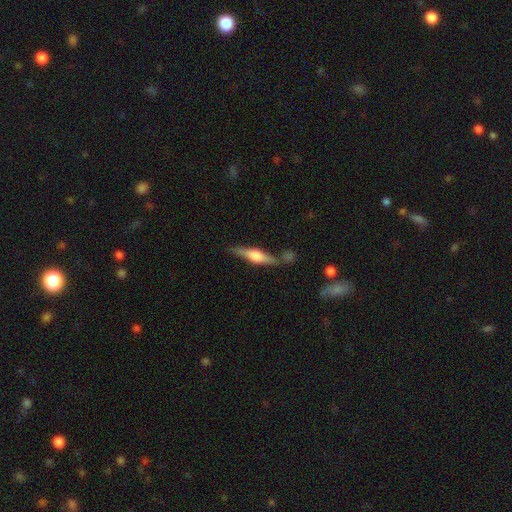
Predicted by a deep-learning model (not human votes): Smooth or featured? featured or disk (62%)
Edge-on disk? yes (95%)
Edge-on bulge? rounded (75%)
Merging? none (70%)